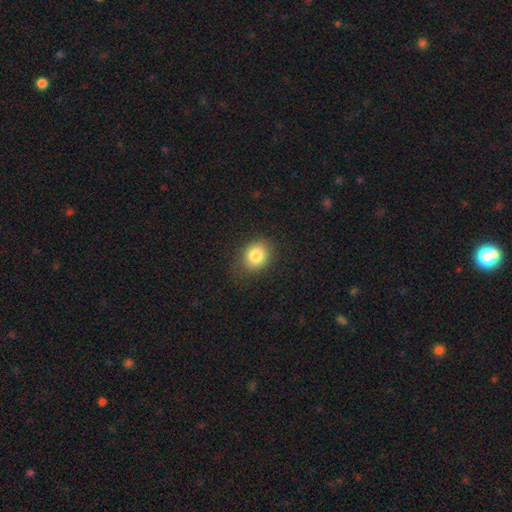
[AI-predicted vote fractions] Overall: smooth (83%). How rounded: round (60%; in between 39%). Merging: none (81%).